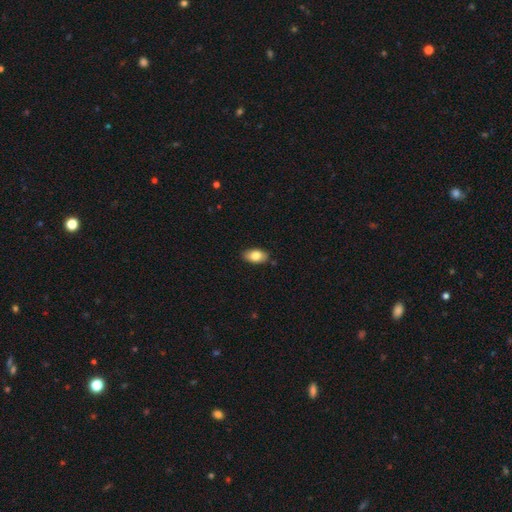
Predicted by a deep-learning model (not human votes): A smooth galaxy with no disk features (82%) that is in between round and cigar-shaped (92%).

Vote fractions:
- Smooth or featured? smooth: 82% / featured or disk: 11% / star or artifact: 7%
- How rounded? in between: 92% / round: 5% / cigar-shaped: 2%
- Merging? none: 86% / minor disturbance: 11% / major disturbance: 2% / merger: 1%